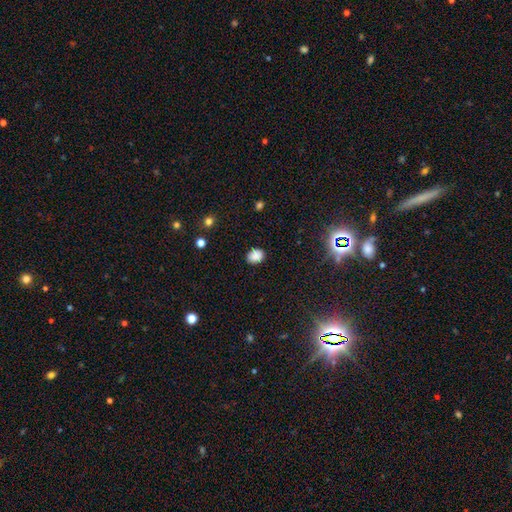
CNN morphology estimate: Q: Smooth or featured?
A: smooth (85%); runner-up: star or artifact (12%)
Q: How rounded?
A: in between (53%); runner-up: round (46%)
Q: Merging?
A: none (84%); runner-up: minor disturbance (12%)